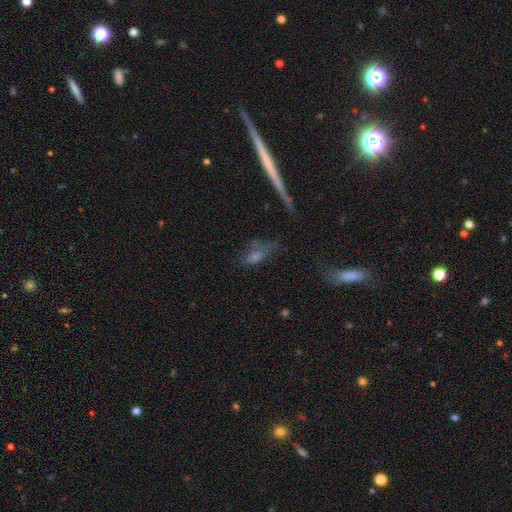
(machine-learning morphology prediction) Smooth or featured? smooth (49%)
Merging? none (54%)